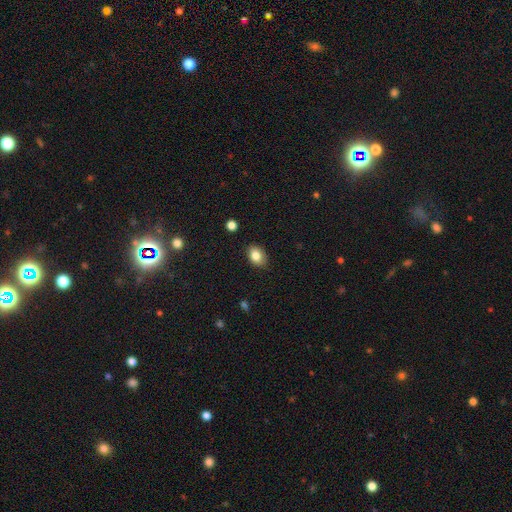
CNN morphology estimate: A smooth galaxy with no disk features (84%) that is in between round and cigar-shaped (75%). Merging: none (85%).